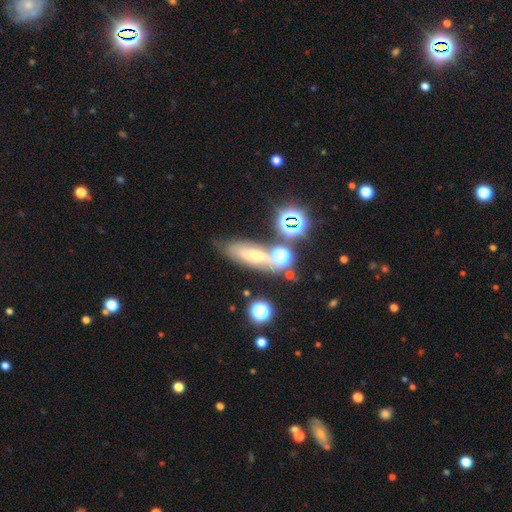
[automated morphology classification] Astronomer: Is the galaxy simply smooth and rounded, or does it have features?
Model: smooth — 40% (runner-up: star or artifact, 33%).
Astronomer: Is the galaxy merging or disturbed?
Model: none — 58%.